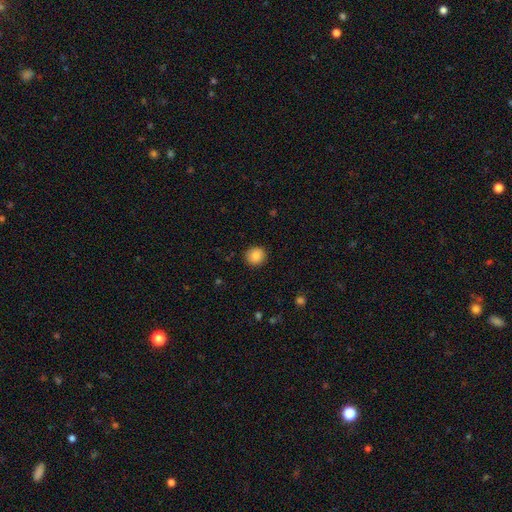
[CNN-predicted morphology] Overall: smooth (86%). How rounded: round (89%). Merging: none (90%).